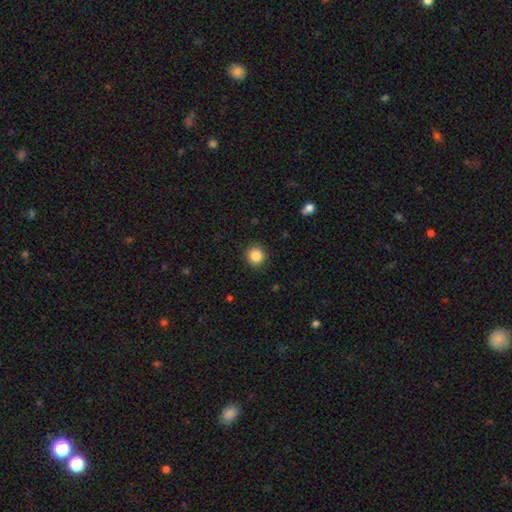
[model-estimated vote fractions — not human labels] Overall: smooth (86%). How rounded: round (92%). Merging: none (91%).